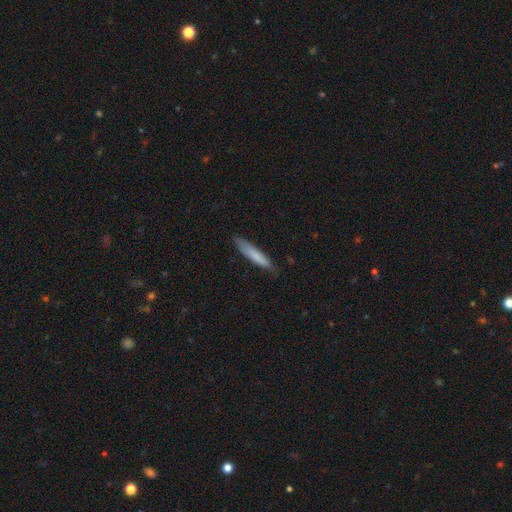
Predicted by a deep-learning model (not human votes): smooth-or-featured: smooth: 78% | featured or disk: 16% | star or artifact: 6%
  how-rounded: cigar-shaped: 89% | in between: 10% | round: 1%
  merging: none: 81% | minor disturbance: 15% | major disturbance: 2% | merger: 1%